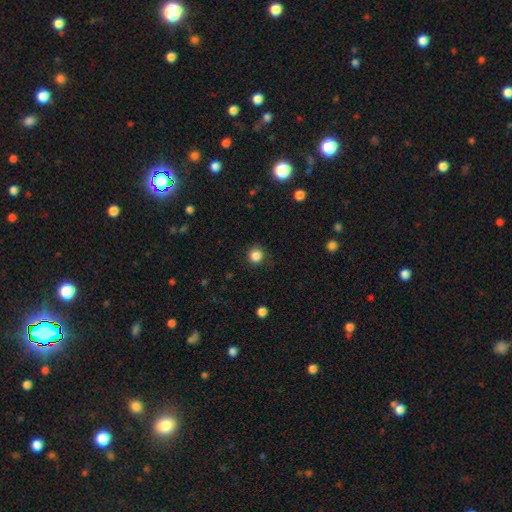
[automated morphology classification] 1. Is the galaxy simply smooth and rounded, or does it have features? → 85% smooth, 11% star or artifact, 3% featured or disk.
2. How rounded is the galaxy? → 93% round, 6% in between, 1% cigar-shaped.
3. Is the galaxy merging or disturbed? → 88% none, 8% minor disturbance, 3% major disturbance, 1% merger.